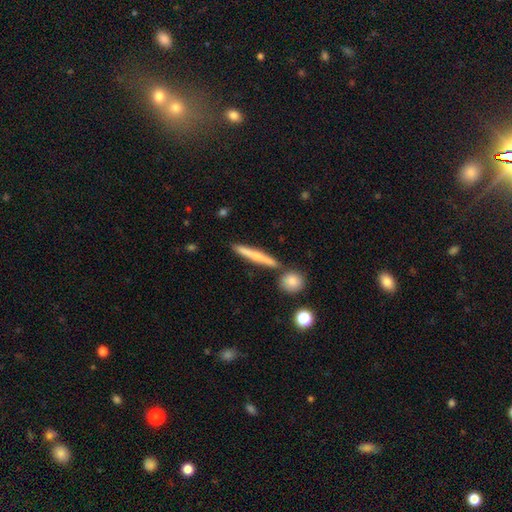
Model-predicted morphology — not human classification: Overall: smooth (49%; featured or disk 45%). Merging: none (81%).